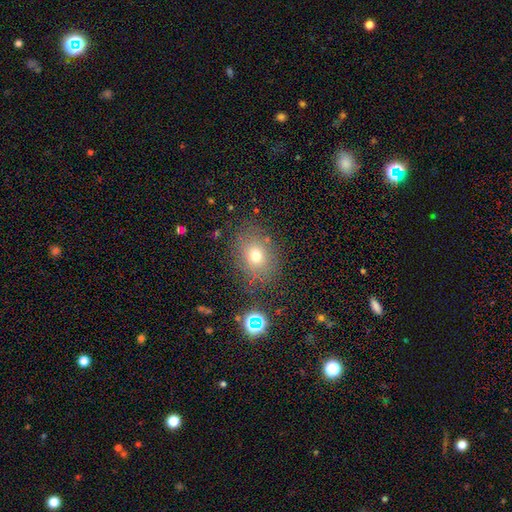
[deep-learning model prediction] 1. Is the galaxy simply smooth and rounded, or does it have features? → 70% smooth, 16% star or artifact, 14% featured or disk.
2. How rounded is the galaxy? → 50% round, 49% in between, 1% cigar-shaped.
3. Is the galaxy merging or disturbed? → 78% none, 13% minor disturbance, 6% major disturbance, 3% merger.